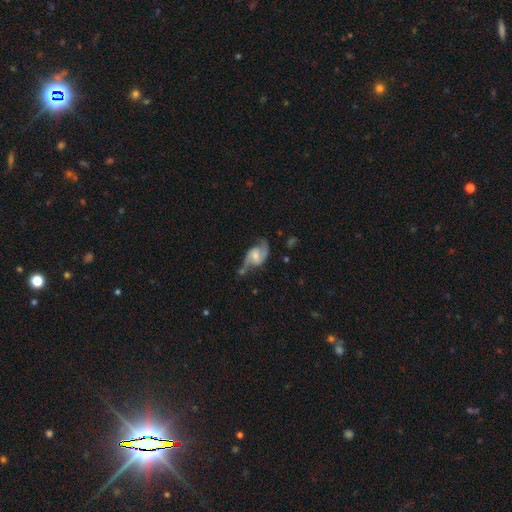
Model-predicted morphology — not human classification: Smooth or featured: featured or disk — 77% (smooth — 16%)
Edge-on disk: no — 96% (yes — 4%)
Bar: weak — 46% (no — 40%)
Spiral arms: yes — 93% (no — 7%)
Spiral winding: loose — 50% (medium — 38%)
Spiral arm count: 2 — 88% (can't tell — 5%)
Bulge size: moderate — 42% (small — 41%)
Merging: none — 52% (minor disturbance — 24%)